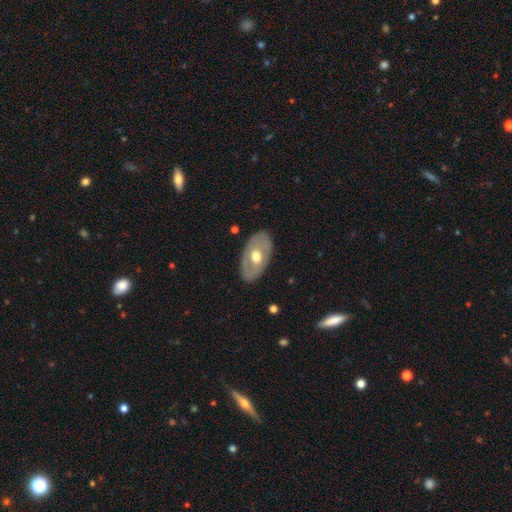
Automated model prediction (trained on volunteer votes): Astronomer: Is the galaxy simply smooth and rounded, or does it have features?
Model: featured or disk — 55% (runner-up: smooth, 39%).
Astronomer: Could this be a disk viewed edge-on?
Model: no — 86%.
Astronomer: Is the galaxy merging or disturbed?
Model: none — 83%.